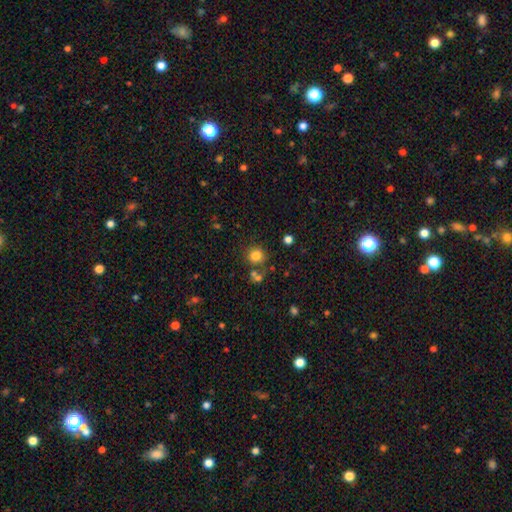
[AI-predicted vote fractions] Overall: smooth (80%). How rounded: round (84%). Merging: none (72%).